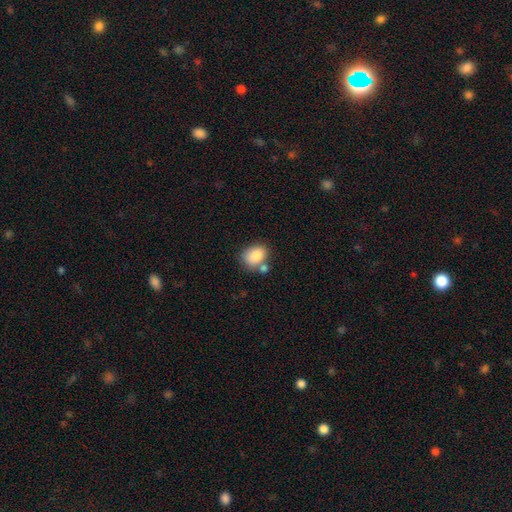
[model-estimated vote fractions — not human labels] A smooth galaxy with no disk features (84%) that is in between round and cigar-shaped (57%). Merging: none (60%).